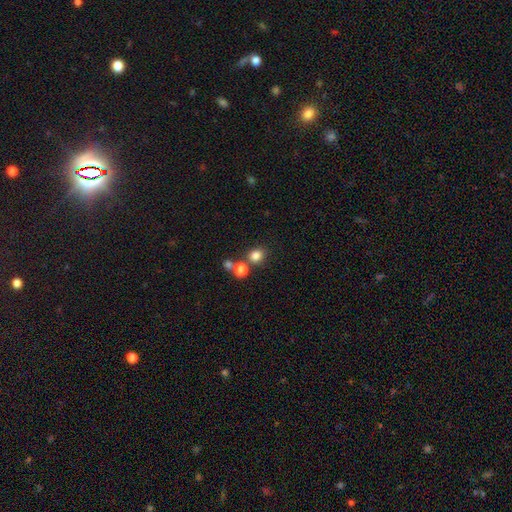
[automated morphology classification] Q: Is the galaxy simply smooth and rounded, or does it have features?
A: smooth — 80%.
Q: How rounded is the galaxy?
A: round — 78%.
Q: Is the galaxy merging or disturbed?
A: none — 70%.